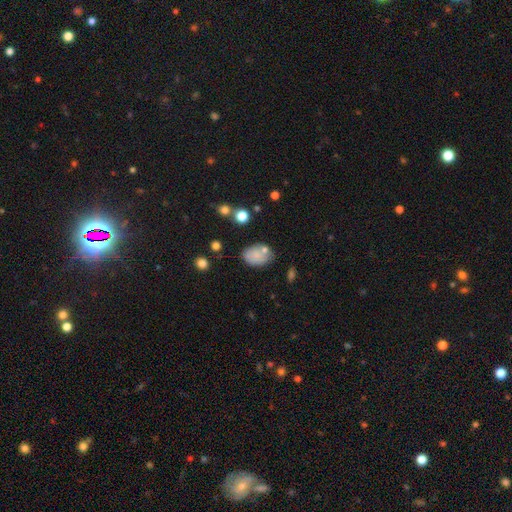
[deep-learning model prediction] smooth_or_featured: smooth (p=0.76) [alt: featured or disk p=0.15]
how_rounded: in between (p=0.80) [alt: round p=0.19]
merging: none (p=0.59) [alt: minor disturbance p=0.20]